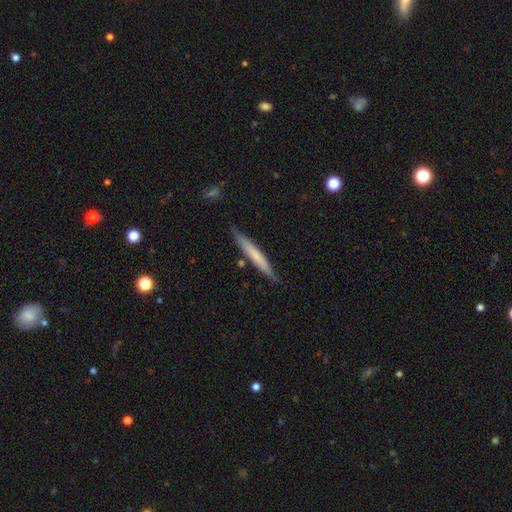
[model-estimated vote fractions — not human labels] Morphology: type=smooth (60%); roundness=cigar-shaped (96%); merging=none (84%).